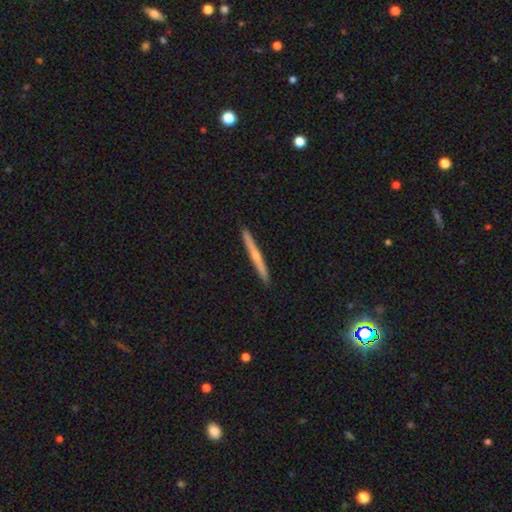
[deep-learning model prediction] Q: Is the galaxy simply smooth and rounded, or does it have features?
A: featured or disk — 61%.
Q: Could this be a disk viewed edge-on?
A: yes — 98%.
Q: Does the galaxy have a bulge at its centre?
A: rounded — 69%.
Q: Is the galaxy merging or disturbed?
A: none — 92%.